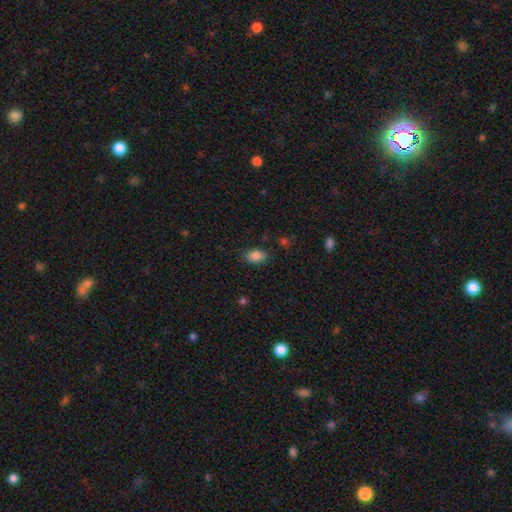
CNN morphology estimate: smooth 85%, star or artifact 8%, featured or disk 6%. Down the decision tree: how rounded — in between (88%); merging — none (83%).